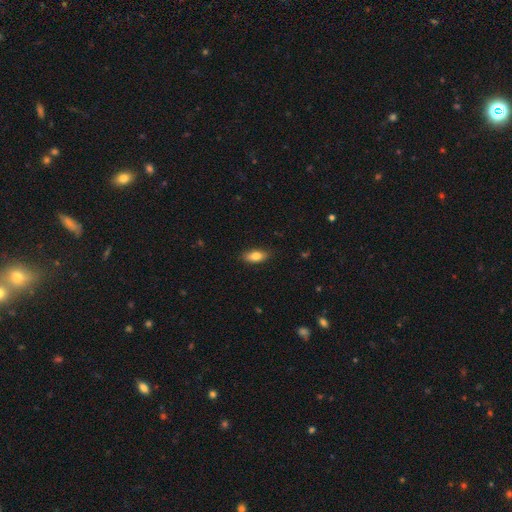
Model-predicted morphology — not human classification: A smooth galaxy with no disk features (79%) that is in between round and cigar-shaped (83%). Merging: none (86%).